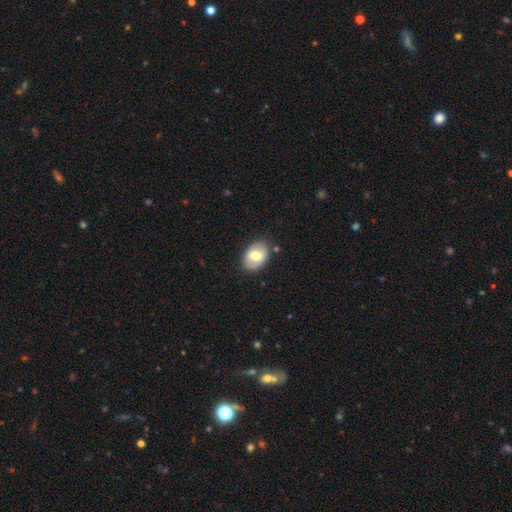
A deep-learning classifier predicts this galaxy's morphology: Smooth or featured?
  - smooth: 66% *
  - featured or disk: 27%
  - star or artifact: 6%
How rounded?
  - in between: 82% *
  - round: 17%
  - cigar-shaped: 1%
Merging?
  - none: 84% *
  - minor disturbance: 11%
  - major disturbance: 3%
  - merger: 2%